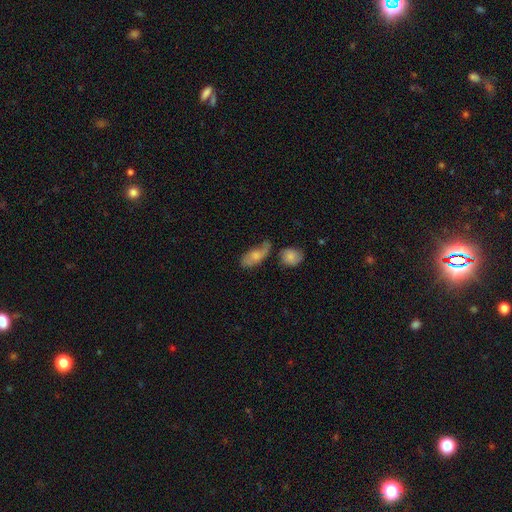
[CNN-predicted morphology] Smooth or featured?
  - smooth: 61% *
  - featured or disk: 32%
  - star or artifact: 7%
How rounded?
  - in between: 85% *
  - cigar-shaped: 9%
  - round: 6%
Merging?
  - none: 34% *
  - minor disturbance: 29%
  - major disturbance: 23%
  - merger: 15%